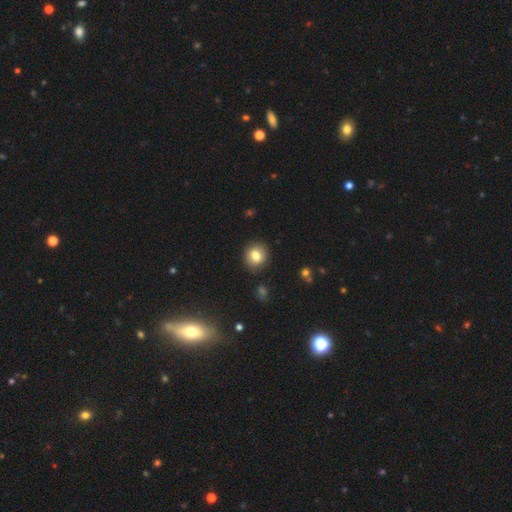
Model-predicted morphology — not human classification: This appears to be a smooth galaxy with no disk features (79%) that is round (80%). Merging: none (88%).